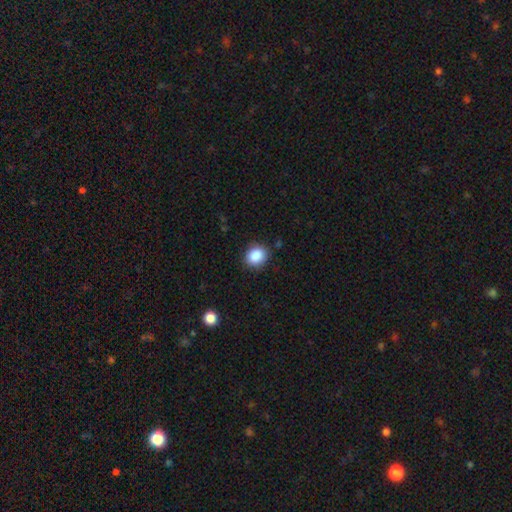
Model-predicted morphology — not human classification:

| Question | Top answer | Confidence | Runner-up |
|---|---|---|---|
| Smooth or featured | smooth | 88% | star or artifact (9%) |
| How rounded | round | 66% | in between (33%) |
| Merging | none | 86% | minor disturbance (10%) |